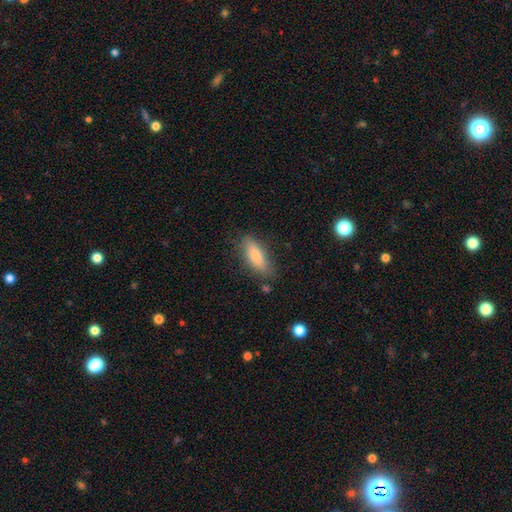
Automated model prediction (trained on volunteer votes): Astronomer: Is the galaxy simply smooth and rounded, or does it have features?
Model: smooth — 83%.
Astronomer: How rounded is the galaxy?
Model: in between — 65%.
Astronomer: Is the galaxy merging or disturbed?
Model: none — 73%.